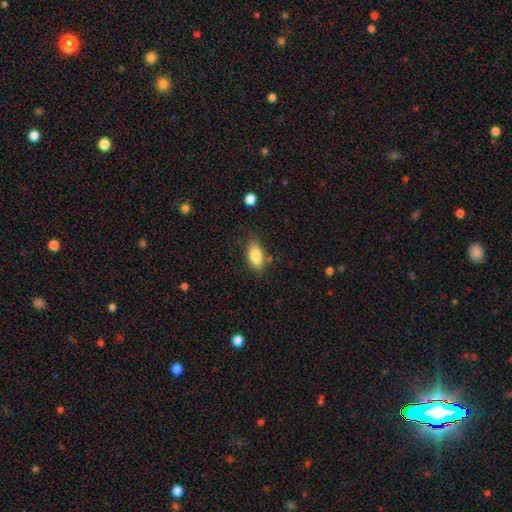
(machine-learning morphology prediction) smooth-or-featured: smooth: 84% | featured or disk: 9% | star or artifact: 7%
  how-rounded: in between: 87% | cigar-shaped: 9% | round: 4%
  merging: none: 76% | minor disturbance: 17% | major disturbance: 4% | merger: 3%